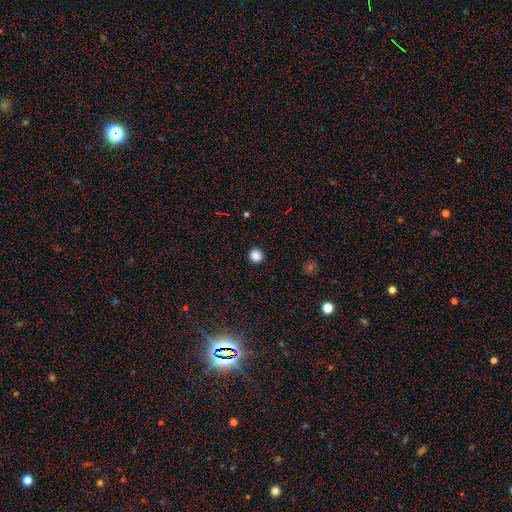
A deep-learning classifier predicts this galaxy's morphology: A smooth galaxy with no disk features (86%) that is round (92%). Merging: none (93%).